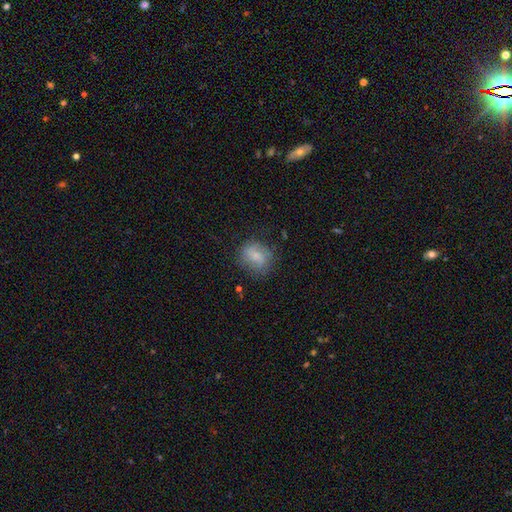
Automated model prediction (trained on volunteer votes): A smooth galaxy with no disk features (58%) that is round (64%).

Vote fractions:
- Smooth or featured? smooth: 58% / featured or disk: 33% / star or artifact: 9%
- How rounded? round: 64% / in between: 35% / cigar-shaped: 1%
- Merging? none: 69% / minor disturbance: 21% / major disturbance: 8% / merger: 2%